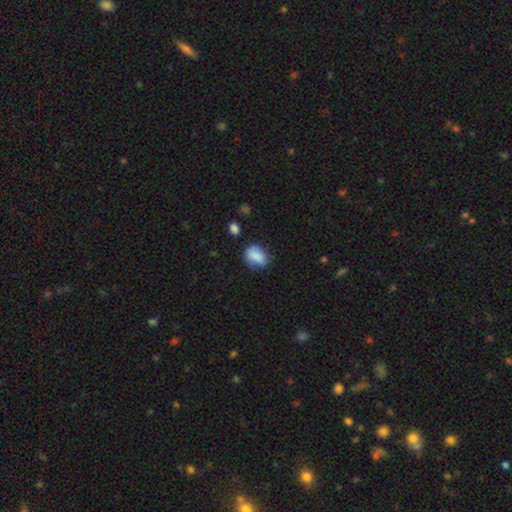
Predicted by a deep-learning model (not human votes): smooth-or-featured: smooth: 83% | featured or disk: 9% | star or artifact: 8%
  how-rounded: in between: 69% | round: 29% | cigar-shaped: 2%
  merging: none: 61% | minor disturbance: 29% | major disturbance: 7% | merger: 3%